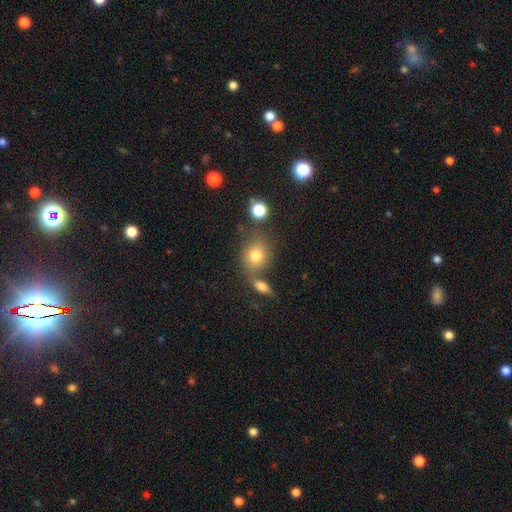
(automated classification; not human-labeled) Q: Smooth or featured?
A: smooth (77%); runner-up: star or artifact (12%)
Q: How rounded?
A: round (71%); runner-up: in between (27%)
Q: Merging?
A: none (58%); runner-up: merger (24%)